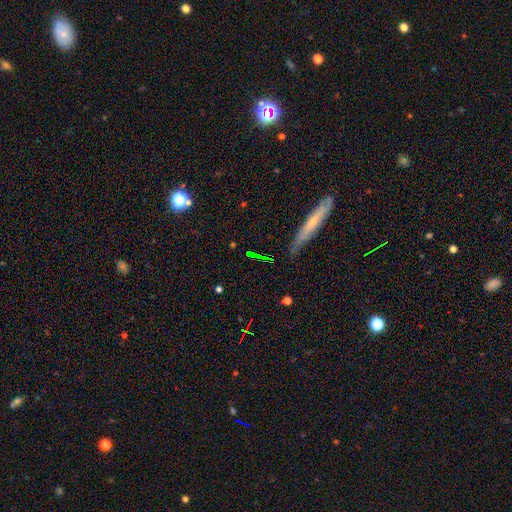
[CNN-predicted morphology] This is marginally a star or artifact rather than a galaxy (44%).